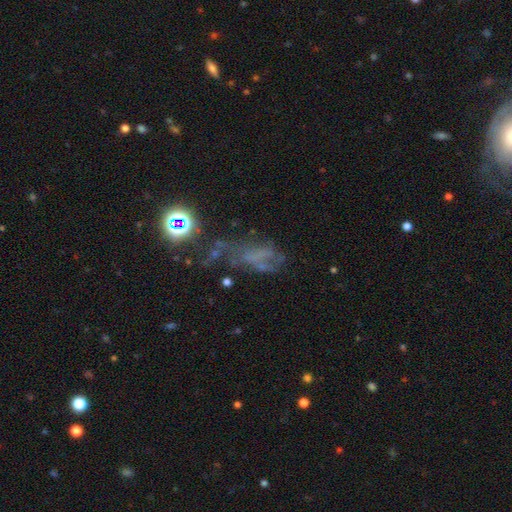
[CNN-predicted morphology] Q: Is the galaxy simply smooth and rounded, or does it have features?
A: featured or disk — 45%.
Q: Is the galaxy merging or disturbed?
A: major disturbance — 38%.